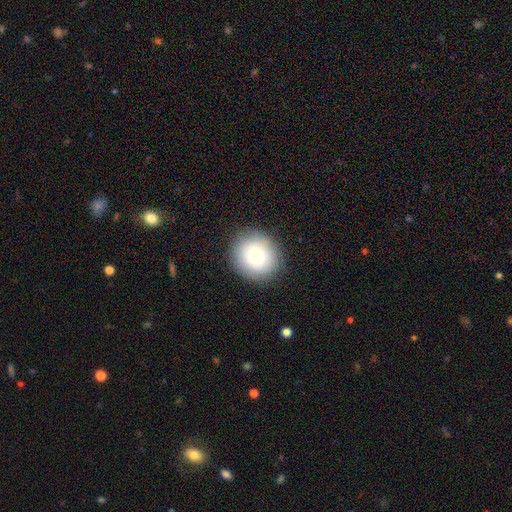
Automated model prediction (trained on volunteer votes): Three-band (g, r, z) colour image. It shows a smooth galaxy with no disk features (74%) that is round (88%). Merging: none (88%).